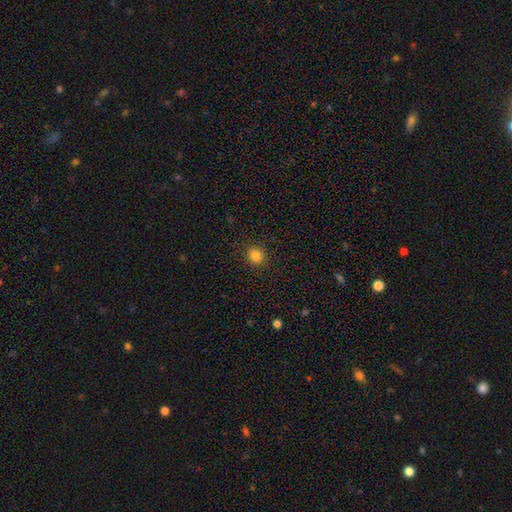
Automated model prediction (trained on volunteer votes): This appears to be a smooth galaxy with no disk features (83%) that is round (86%). Merging: none (89%).